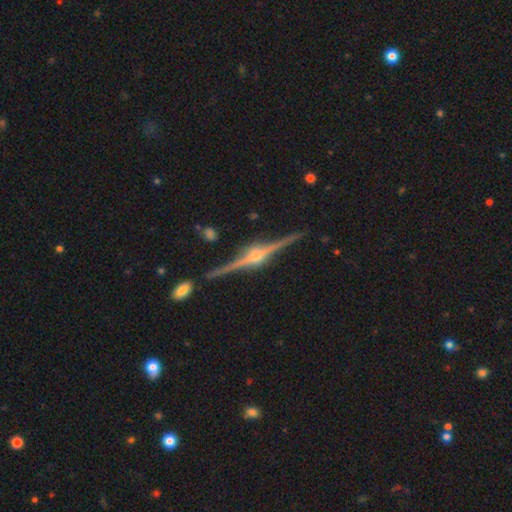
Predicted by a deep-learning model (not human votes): This appears to be a featured or disk galaxy (91%) viewed edge-on (98%) with a rounded central bulge (93%). Merging: none (89%).